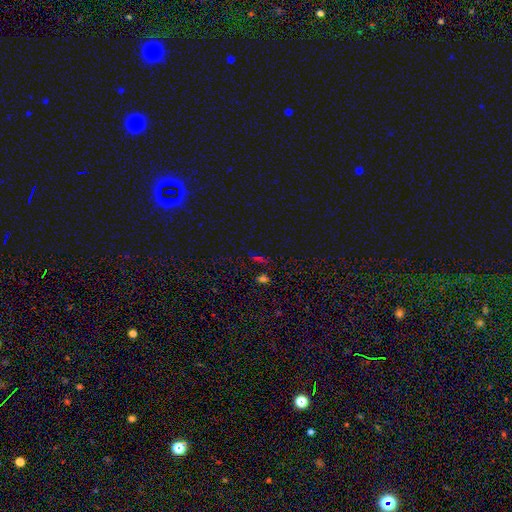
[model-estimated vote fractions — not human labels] Smooth or featured? star or artifact (56%)